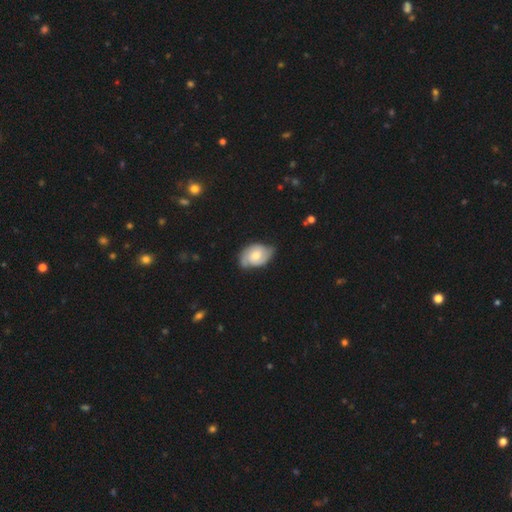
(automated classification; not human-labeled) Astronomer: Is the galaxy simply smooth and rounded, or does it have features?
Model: featured or disk — 61%.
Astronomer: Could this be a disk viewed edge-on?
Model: no — 96%.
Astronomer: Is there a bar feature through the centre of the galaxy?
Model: no — 65%.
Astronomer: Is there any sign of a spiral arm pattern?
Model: yes — 88%.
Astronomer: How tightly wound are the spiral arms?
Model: tight — 45% (runner-up: medium, 40%).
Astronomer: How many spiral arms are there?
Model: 2 — 76%.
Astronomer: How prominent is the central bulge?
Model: moderate — 62%.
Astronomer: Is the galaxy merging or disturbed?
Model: none — 64%.